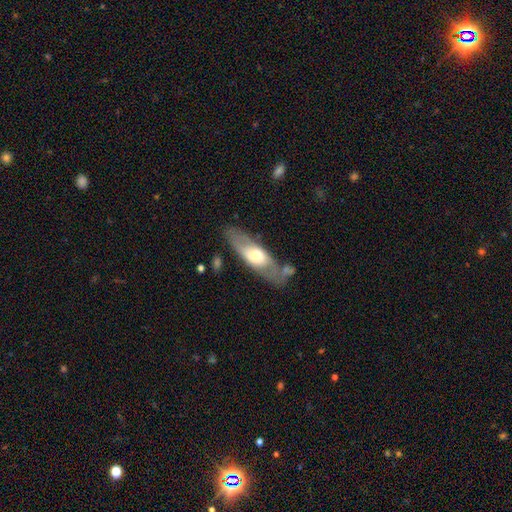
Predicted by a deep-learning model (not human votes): Smooth or featured?
  - featured or disk: 50% *
  - smooth: 45%
  - star or artifact: 6%
Merging?
  - none: 68% *
  - minor disturbance: 17%
  - merger: 7%
  - major disturbance: 7%